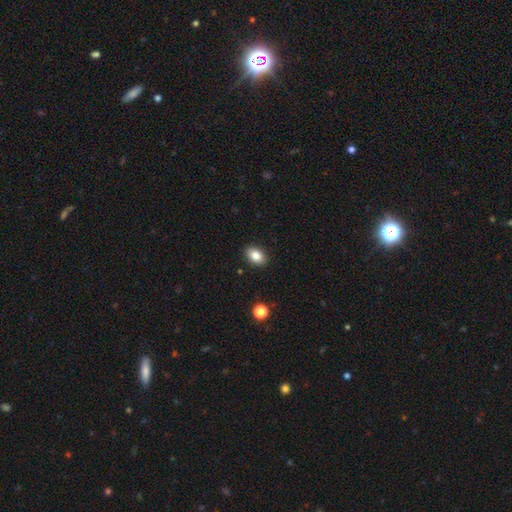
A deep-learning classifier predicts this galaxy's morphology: smooth 84%, star or artifact 9%, featured or disk 7%. Down the decision tree: how rounded — in between (83%); merging — none (90%).